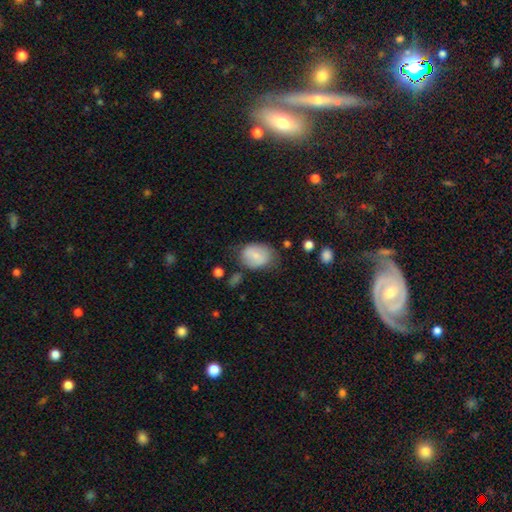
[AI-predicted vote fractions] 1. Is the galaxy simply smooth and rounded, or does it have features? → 74% smooth, 19% featured or disk, 8% star or artifact.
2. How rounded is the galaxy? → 68% in between, 31% round, 1% cigar-shaped.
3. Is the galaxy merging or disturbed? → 62% none, 24% minor disturbance, 9% major disturbance, 4% merger.